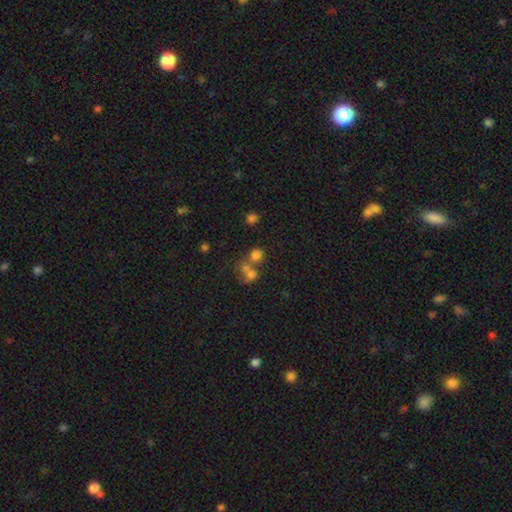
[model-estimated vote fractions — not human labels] smooth 71%, star or artifact 18%, featured or disk 11%. Down the decision tree: how rounded — round (78%); merging — none (46%).